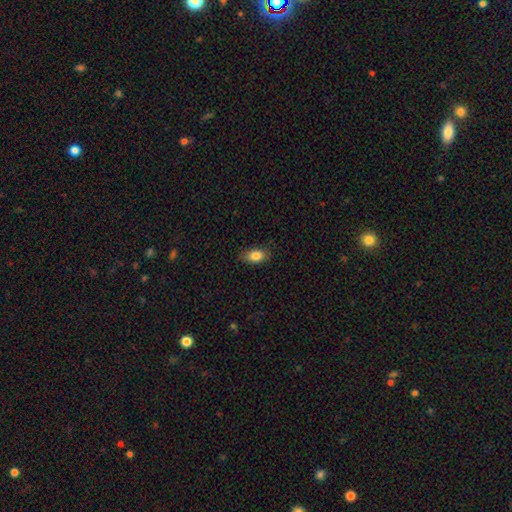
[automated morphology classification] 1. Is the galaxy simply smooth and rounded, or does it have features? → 83% smooth, 9% featured or disk, 8% star or artifact.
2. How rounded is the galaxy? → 86% in between, 10% round, 4% cigar-shaped.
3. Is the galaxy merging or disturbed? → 82% none, 15% minor disturbance, 3% major disturbance, 1% merger.